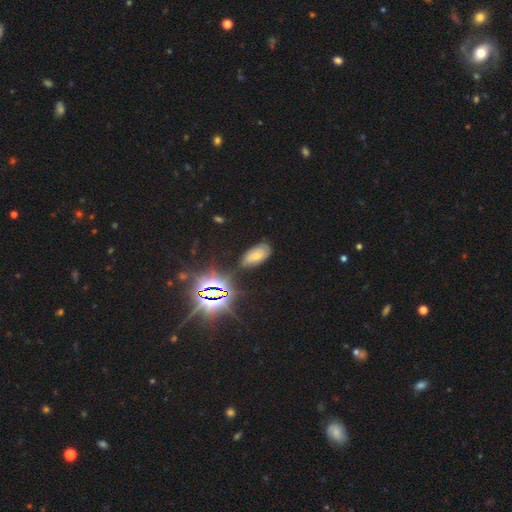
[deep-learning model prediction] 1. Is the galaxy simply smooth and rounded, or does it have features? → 48% smooth, 27% star or artifact, 25% featured or disk.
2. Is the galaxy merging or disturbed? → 72% none, 20% minor disturbance, 6% major disturbance, 3% merger.